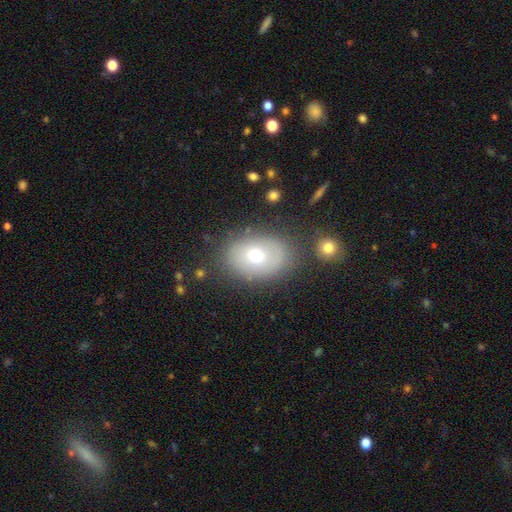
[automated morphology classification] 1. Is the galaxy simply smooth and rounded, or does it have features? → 63% smooth, 27% featured or disk, 10% star or artifact.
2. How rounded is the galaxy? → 79% in between, 20% round, 1% cigar-shaped.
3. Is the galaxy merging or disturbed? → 75% none, 15% minor disturbance, 5% major disturbance, 5% merger.